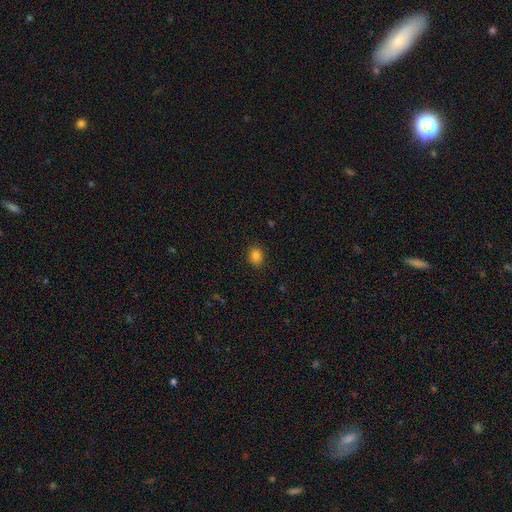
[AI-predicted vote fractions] Smooth or featured? Predicted: smooth (p=0.84). How rounded? Predicted: in between (p=0.55). Merging? Predicted: none (p=0.88).